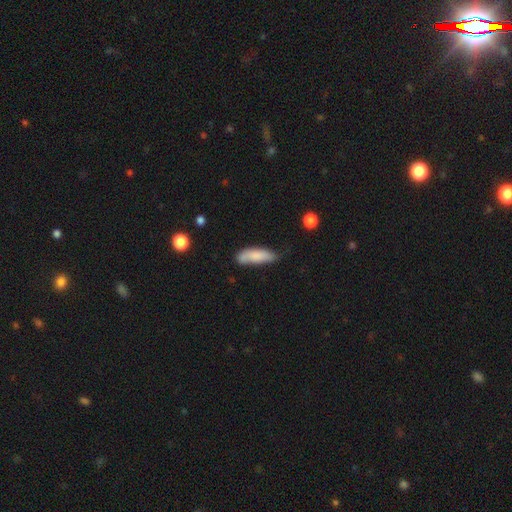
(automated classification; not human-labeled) Q: Smooth or featured?
A: smooth (80%); runner-up: featured or disk (14%)
Q: How rounded?
A: in between (60%); runner-up: cigar-shaped (38%)
Q: Merging?
A: none (53%); runner-up: minor disturbance (34%)